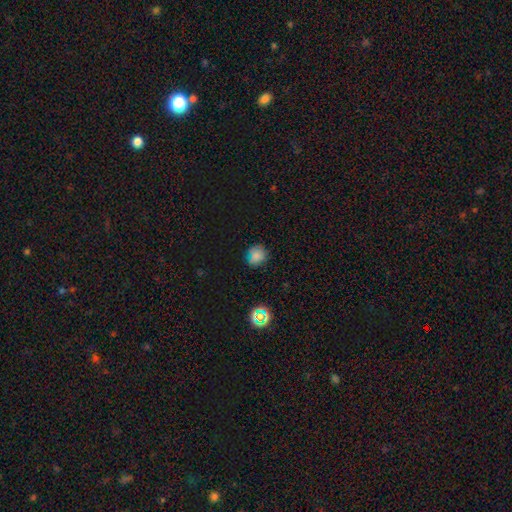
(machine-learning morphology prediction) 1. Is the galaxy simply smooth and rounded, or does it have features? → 69% smooth, 22% star or artifact, 9% featured or disk.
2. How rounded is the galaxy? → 82% round, 17% in between, 1% cigar-shaped.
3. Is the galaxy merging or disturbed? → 75% none, 17% minor disturbance, 4% major disturbance, 3% merger.